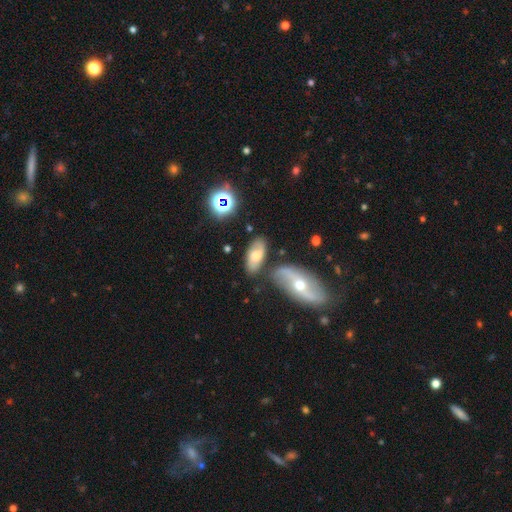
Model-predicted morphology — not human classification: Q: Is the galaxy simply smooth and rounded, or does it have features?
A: smooth — 51%.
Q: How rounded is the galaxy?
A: in between — 92%.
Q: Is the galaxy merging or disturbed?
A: none — 68%.